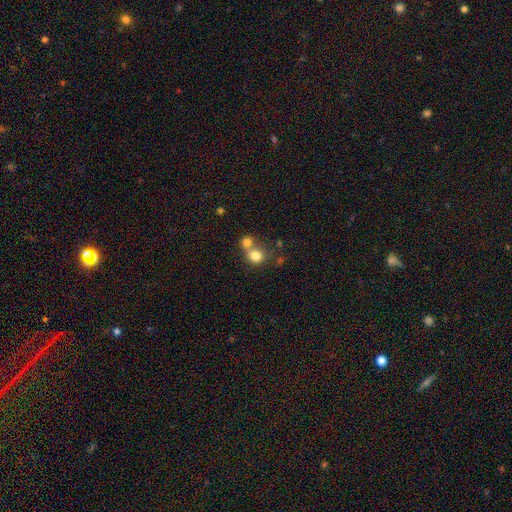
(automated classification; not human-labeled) This appears to be a smooth galaxy with no disk features (78%) that is round (82%). Merging: merger (52%).